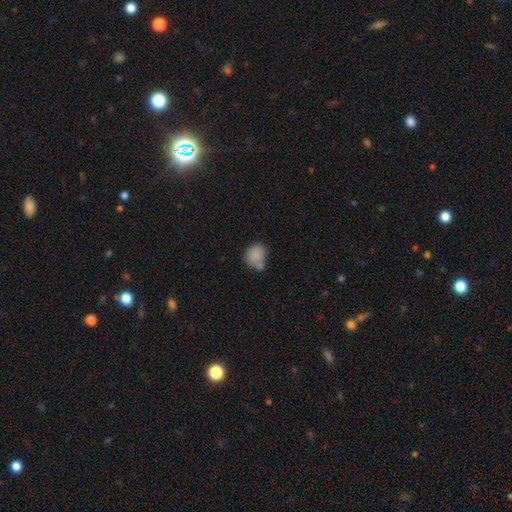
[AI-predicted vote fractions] This appears to be a smooth galaxy with no disk features (82%) that is round (56%). Merging: none (44%).